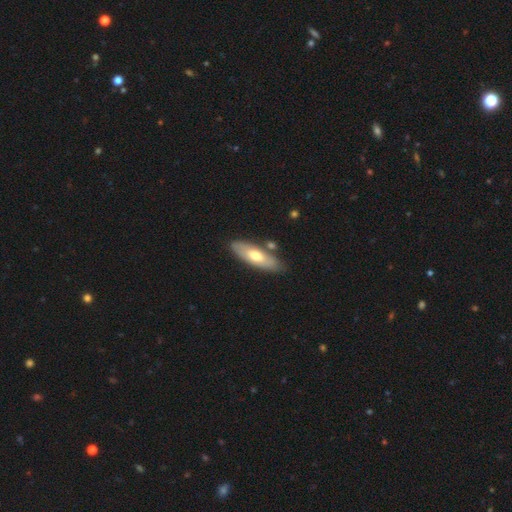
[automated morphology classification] Q: Smooth or featured?
A: smooth (57%); runner-up: featured or disk (38%)
Q: How rounded?
A: in between (64%); runner-up: cigar-shaped (34%)
Q: Merging?
A: none (78%); runner-up: minor disturbance (13%)